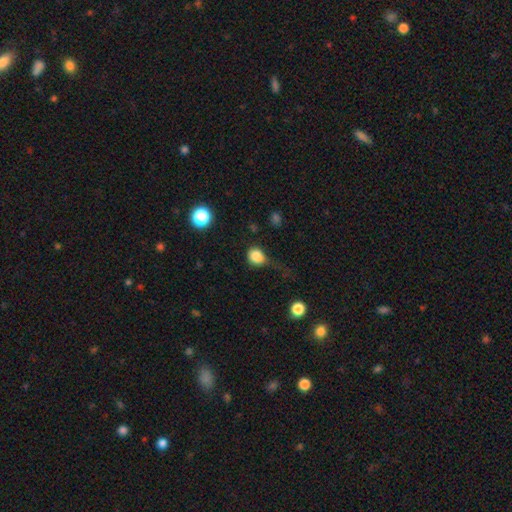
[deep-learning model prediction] A smooth galaxy with no disk features (85%) that is round (74%). Merging: none (50%).